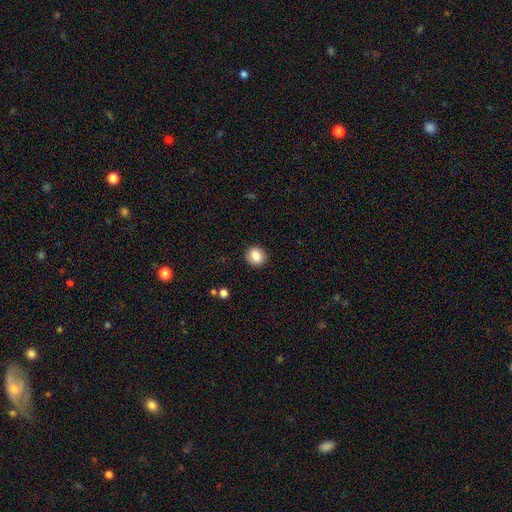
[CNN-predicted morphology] Q: Smooth or featured?
A: smooth (86%); runner-up: star or artifact (9%)
Q: How rounded?
A: round (86%); runner-up: in between (13%)
Q: Merging?
A: none (91%); runner-up: minor disturbance (6%)